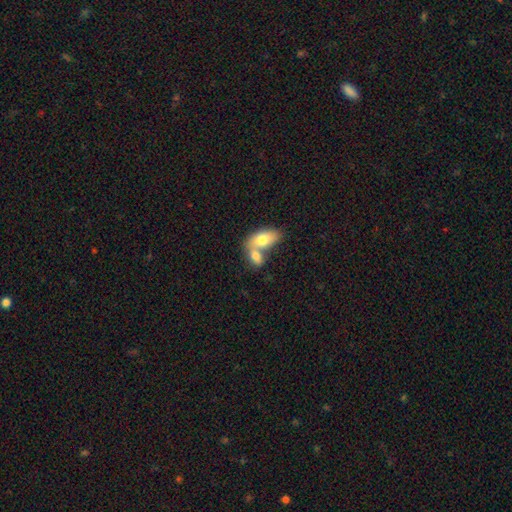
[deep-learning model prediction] A smooth galaxy with no disk features (76%) that is in between round and cigar-shaped (88%).

Vote fractions:
- Smooth or featured? smooth: 76% / featured or disk: 18% / star or artifact: 6%
- How rounded? in between: 88% / round: 8% / cigar-shaped: 4%
- Merging? merger: 70% / none: 21% / minor disturbance: 6% / major disturbance: 3%